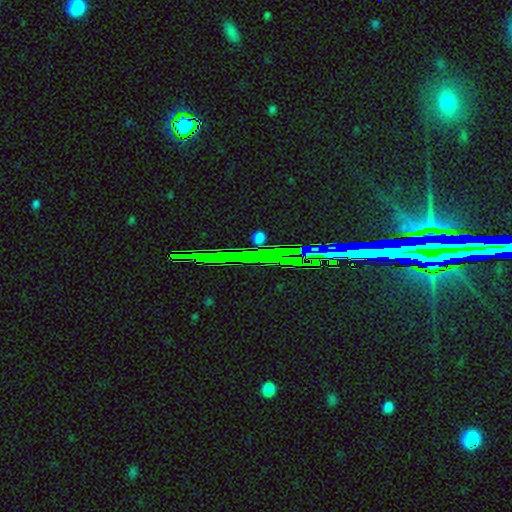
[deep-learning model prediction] This appears to be a star or artifact, not a galaxy (82%).